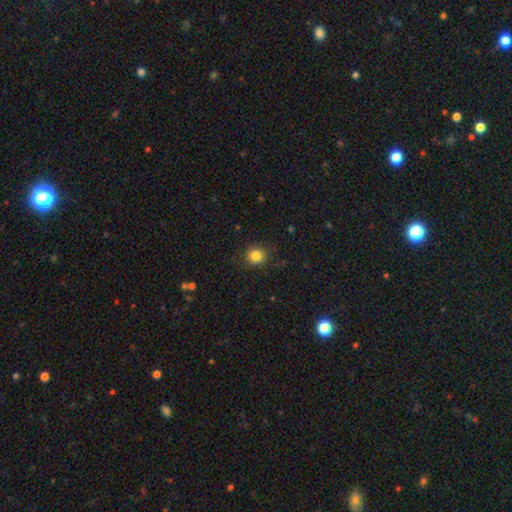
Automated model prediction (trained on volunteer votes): Morphology: type=smooth (84%); roundness=round (87%); merging=none (87%).